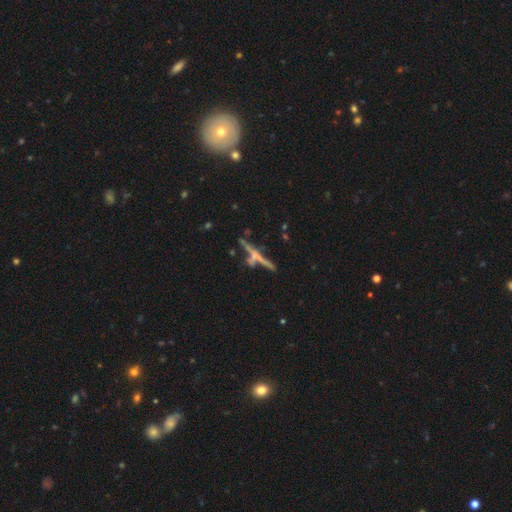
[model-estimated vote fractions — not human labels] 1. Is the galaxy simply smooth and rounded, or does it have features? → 64% featured or disk, 24% smooth, 12% star or artifact.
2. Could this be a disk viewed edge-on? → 94% yes, 6% no.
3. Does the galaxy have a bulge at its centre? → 46% none, 43% rounded, 11% boxy.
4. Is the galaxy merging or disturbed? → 66% none, 17% merger, 11% minor disturbance, 5% major disturbance.